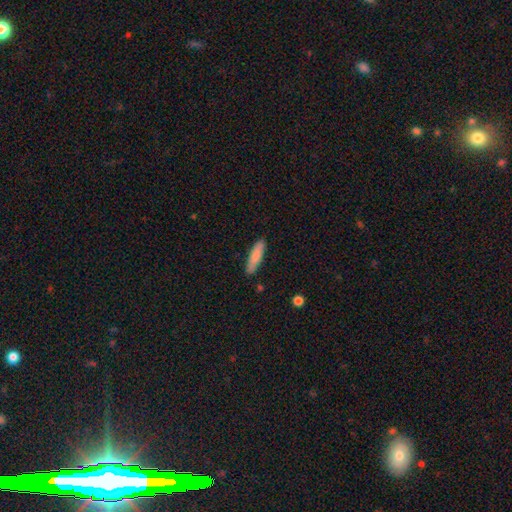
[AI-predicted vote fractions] smooth 82%, featured or disk 12%, star or artifact 6%. Down the decision tree: how rounded — cigar-shaped (74%); merging — none (87%).